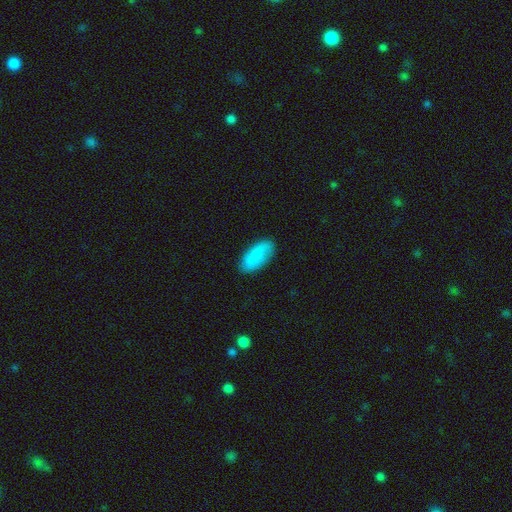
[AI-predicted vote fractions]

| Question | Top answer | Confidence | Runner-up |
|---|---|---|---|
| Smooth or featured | smooth | 80% | featured or disk (14%) |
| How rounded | in between | 91% | cigar-shaped (7%) |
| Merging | none | 78% | minor disturbance (17%) |